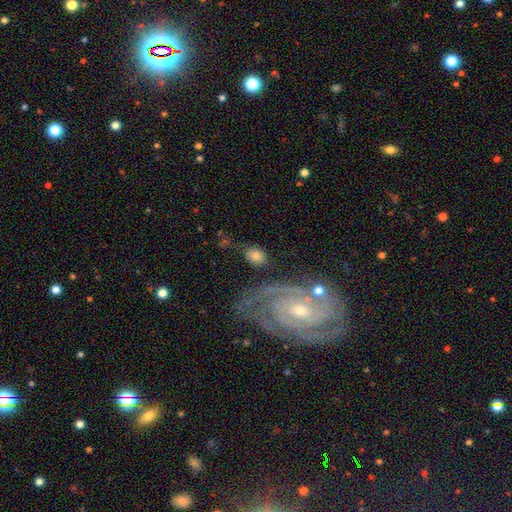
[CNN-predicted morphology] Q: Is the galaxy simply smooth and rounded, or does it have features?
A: smooth — 67%.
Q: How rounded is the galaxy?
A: in between — 67%.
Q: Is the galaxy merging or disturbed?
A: none — 66%.